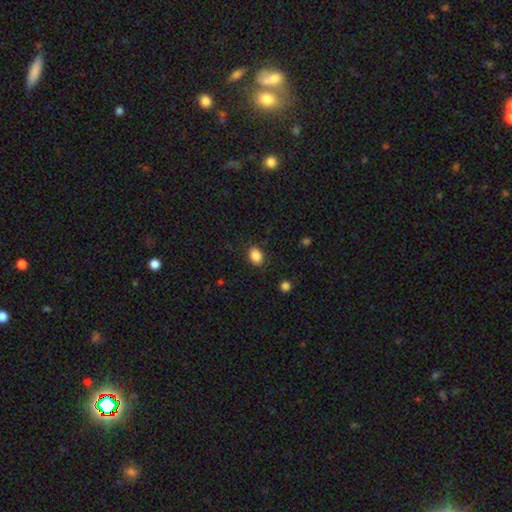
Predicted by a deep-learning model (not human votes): Morphology: type=smooth (87%); roundness=in between (71%); merging=none (85%).